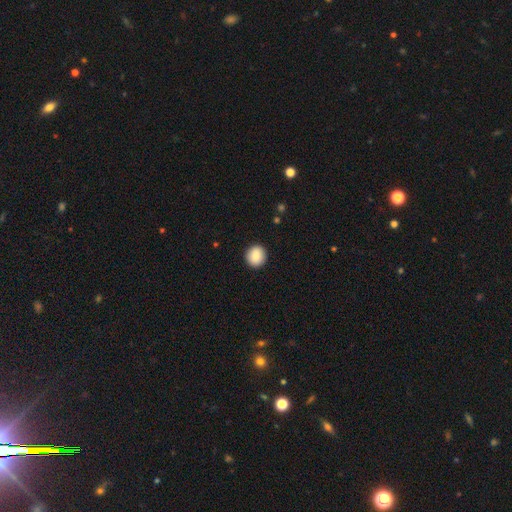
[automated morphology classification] smooth_or_featured: smooth (p=0.88) [alt: star or artifact p=0.08]
how_rounded: round (p=0.91) [alt: in between p=0.08]
merging: none (p=0.92) [alt: minor disturbance p=0.05]